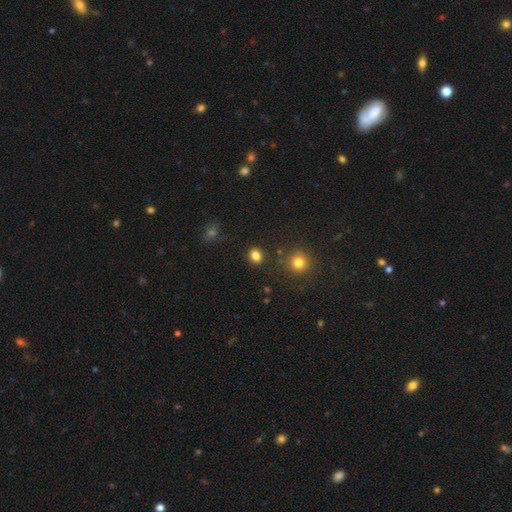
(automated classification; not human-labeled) A smooth galaxy with no disk features (82%) that is round (67%). Merging: none (87%).